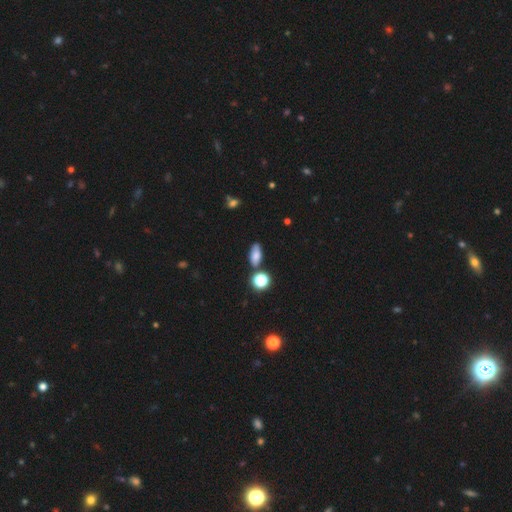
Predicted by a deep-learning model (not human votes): A smooth galaxy with no disk features (75%) that is in between round and cigar-shaped (78%).

Vote fractions:
- Smooth or featured? smooth: 75% / star or artifact: 14% / featured or disk: 11%
- How rounded? in between: 78% / cigar-shaped: 12% / round: 10%
- Merging? none: 71% / minor disturbance: 16% / merger: 9% / major disturbance: 4%